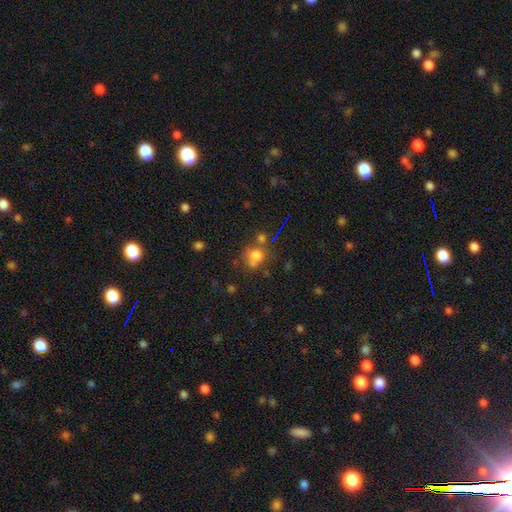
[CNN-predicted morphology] type=smooth (69%); roundness=round (70%); merging=none (46%).